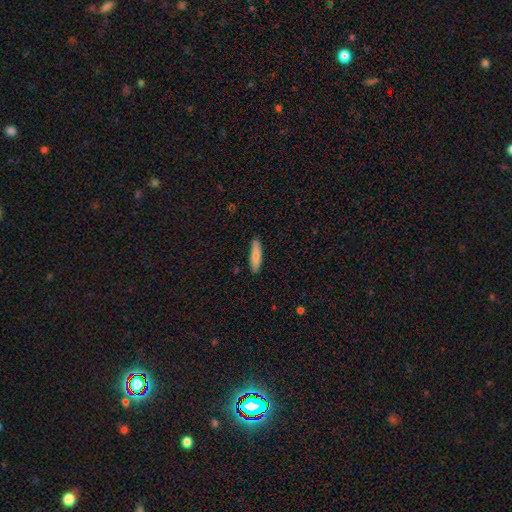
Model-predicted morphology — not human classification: Smooth or featured? smooth (81%)
How rounded? cigar-shaped (75%)
Merging? none (88%)